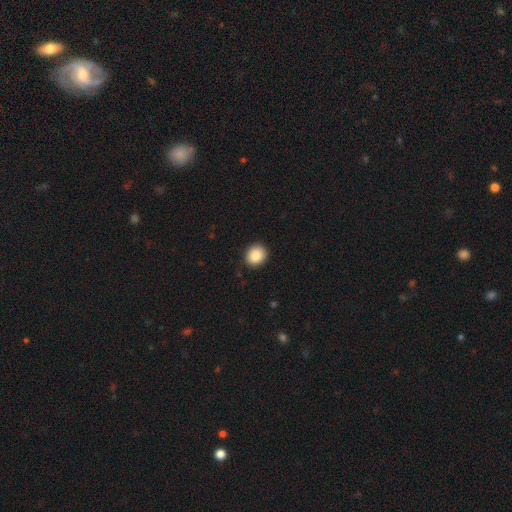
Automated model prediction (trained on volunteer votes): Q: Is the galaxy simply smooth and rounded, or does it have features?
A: smooth — 87%.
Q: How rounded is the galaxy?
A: round — 71%.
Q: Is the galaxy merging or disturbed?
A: none — 89%.